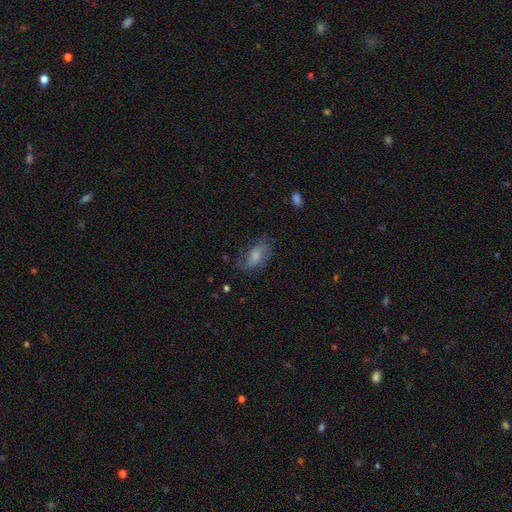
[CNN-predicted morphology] Smooth or featured? smooth (59%)
How rounded? in between (89%)
Merging? none (62%)